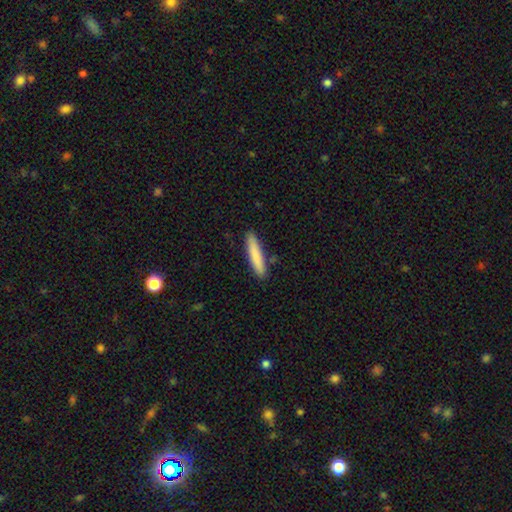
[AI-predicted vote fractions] smooth_or_featured: smooth (p=0.83) [alt: featured or disk p=0.11]
how_rounded: cigar-shaped (p=0.91) [alt: in between p=0.08]
merging: none (p=0.88) [alt: minor disturbance p=0.08]